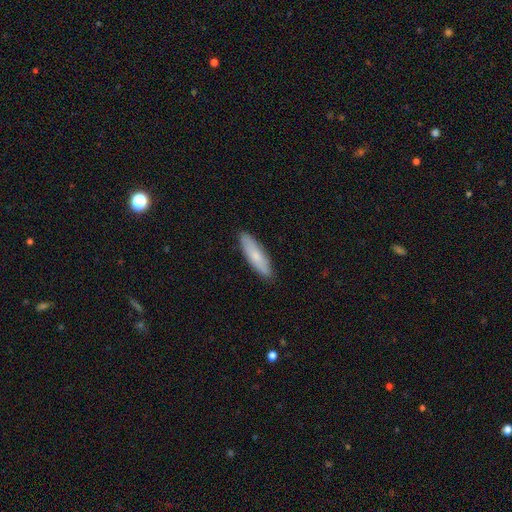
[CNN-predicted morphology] Overall: smooth (74%). How rounded: cigar-shaped (68%; in between 31%). Merging: none (89%).